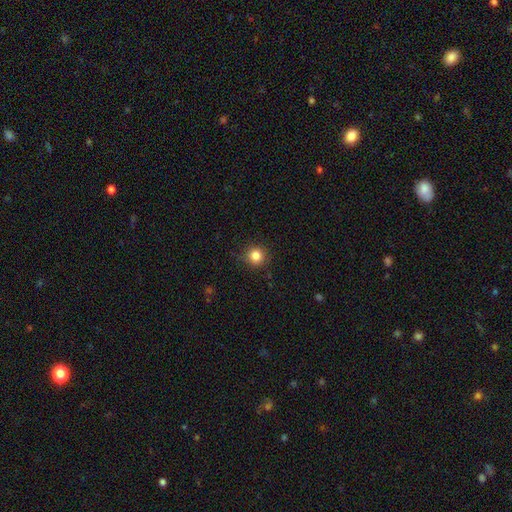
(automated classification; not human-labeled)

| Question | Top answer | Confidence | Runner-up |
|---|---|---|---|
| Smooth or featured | smooth | 84% | star or artifact (11%) |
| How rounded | round | 93% | in between (6%) |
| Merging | none | 87% | minor disturbance (10%) |